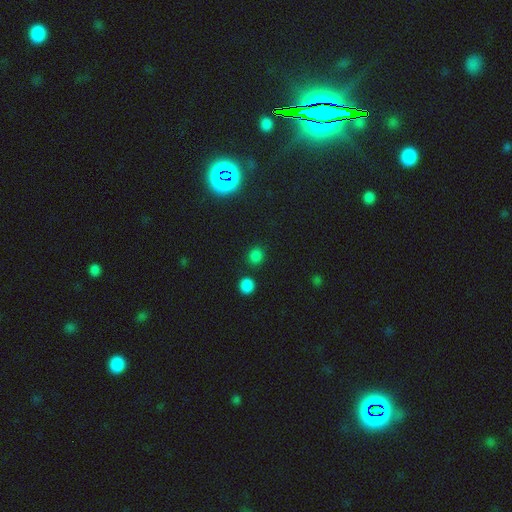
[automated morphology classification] smooth_or_featured: smooth (p=0.76) [alt: star or artifact p=0.20]
how_rounded: round (p=0.85) [alt: in between p=0.14]
merging: none (p=0.84) [alt: minor disturbance p=0.08]